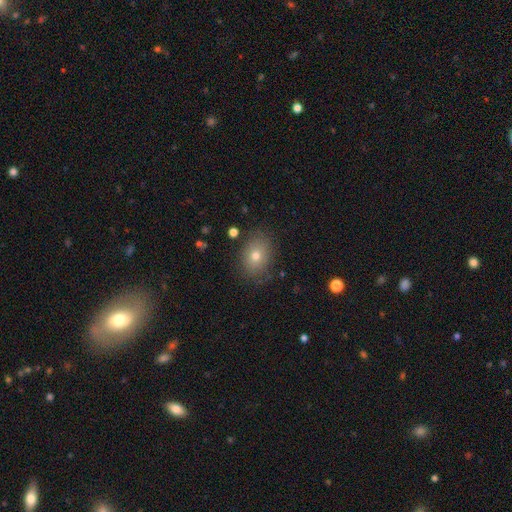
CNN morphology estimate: Overall: smooth (74%). How rounded: in between (64%; round 35%). Merging: none (82%).